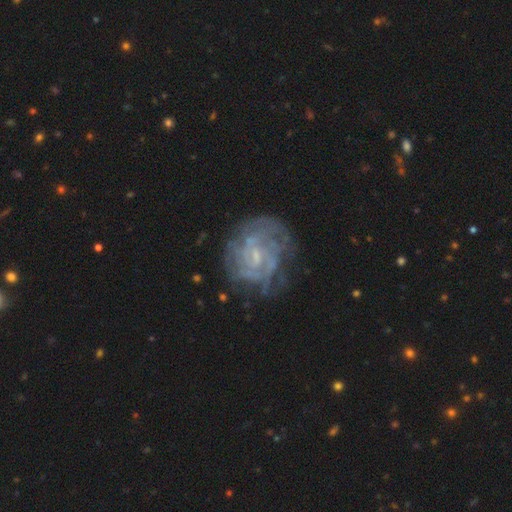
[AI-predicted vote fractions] Smooth or featured? Predicted: featured or disk (p=0.77). Edge-on disk? Predicted: no (p=0.98). Bar? Predicted: weak (p=0.48). Spiral arms? Predicted: yes (p=0.83). Spiral winding? Predicted: tight (p=0.58). Spiral arm count? Predicted: can't tell (p=0.49). Bulge size? Predicted: small (p=0.65). Merging? Predicted: none (p=0.66).